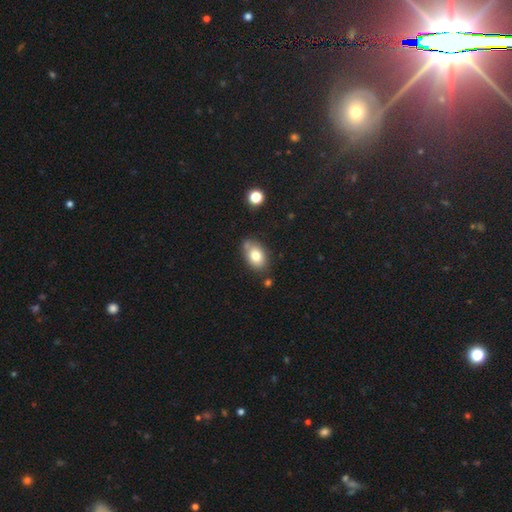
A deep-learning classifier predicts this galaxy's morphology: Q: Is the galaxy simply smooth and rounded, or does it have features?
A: smooth — 78%.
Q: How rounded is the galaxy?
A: in between — 81%.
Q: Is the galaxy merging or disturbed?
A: none — 67%.